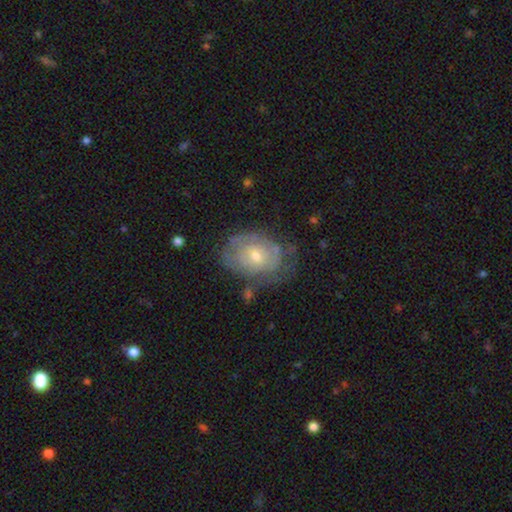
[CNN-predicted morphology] Overall: featured or disk (57%; smooth 35%). Edge-on disk: no (95%). Bar: no (78%). Spiral arms: yes (60%; no 40%). Bulge size: small (50%; moderate 45%). Merging: none (57%; minor disturbance 27%).